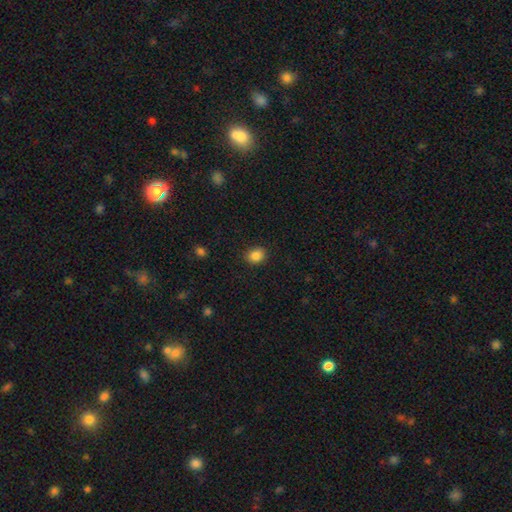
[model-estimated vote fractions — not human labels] This is clearly a smooth galaxy (86%). How rounded: possibly round (59%). Merging: clearly none (87%).